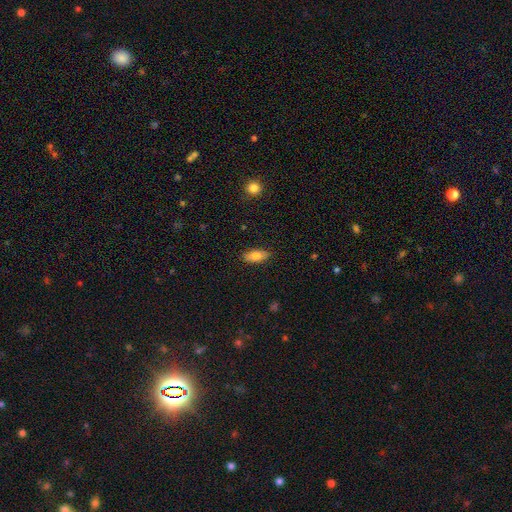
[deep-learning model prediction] Smooth or featured? Predicted: smooth (p=0.80). How rounded? Predicted: in between (p=0.83). Merging? Predicted: none (p=0.87).